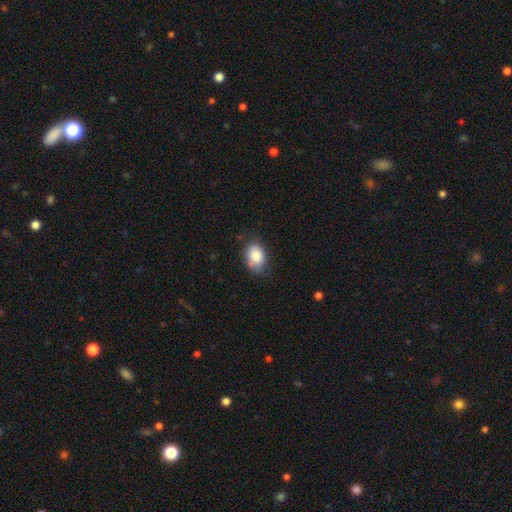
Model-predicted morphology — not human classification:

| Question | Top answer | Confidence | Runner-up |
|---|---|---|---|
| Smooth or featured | smooth | 83% | featured or disk (9%) |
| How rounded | in between | 73% | round (26%) |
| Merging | none | 69% | minor disturbance (24%) |